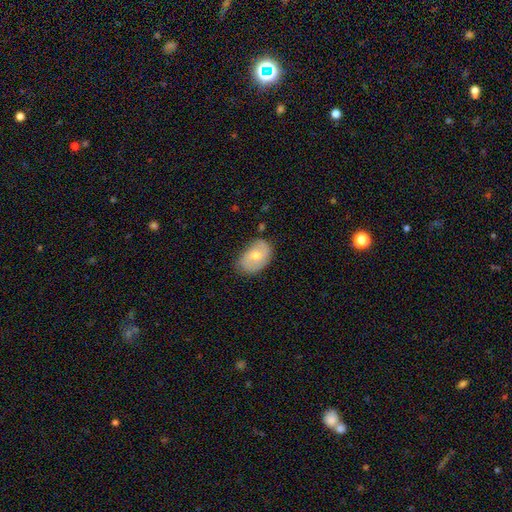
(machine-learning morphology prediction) Smooth or featured? Predicted: smooth (p=0.52). How rounded? Predicted: in between (p=0.85). Merging? Predicted: none (p=0.66).